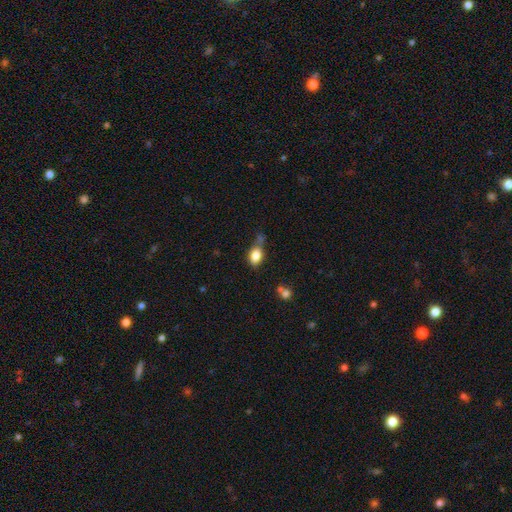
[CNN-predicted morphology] Smooth or featured? smooth (83%)
How rounded? in between (84%)
Merging? none (57%)